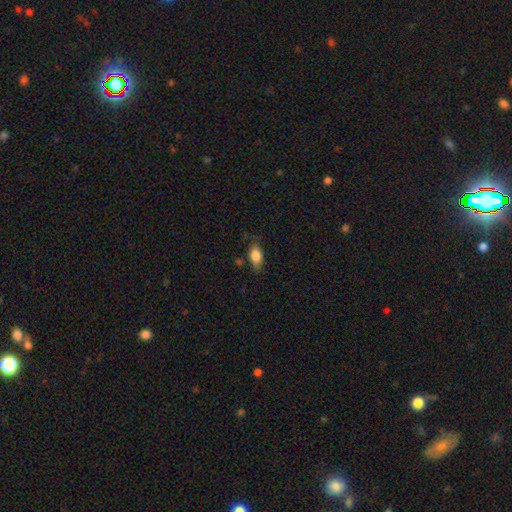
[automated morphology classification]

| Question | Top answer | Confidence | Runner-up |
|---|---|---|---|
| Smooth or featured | smooth | 81% | featured or disk (12%) |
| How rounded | in between | 86% | cigar-shaped (7%) |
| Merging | none | 69% | minor disturbance (23%) |